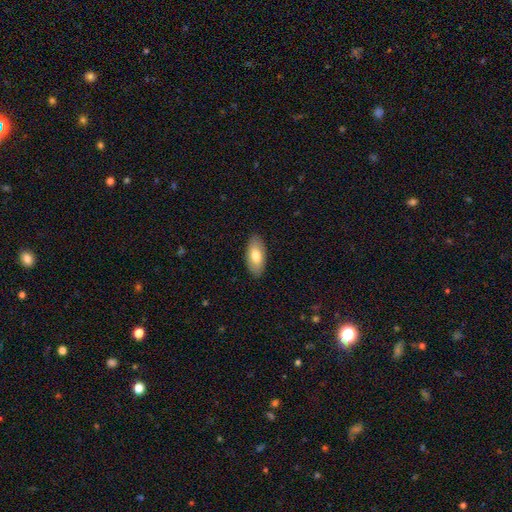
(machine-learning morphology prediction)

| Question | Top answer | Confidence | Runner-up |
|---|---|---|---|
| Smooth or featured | smooth | 74% | featured or disk (20%) |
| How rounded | in between | 91% | cigar-shaped (7%) |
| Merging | none | 89% | minor disturbance (9%) |